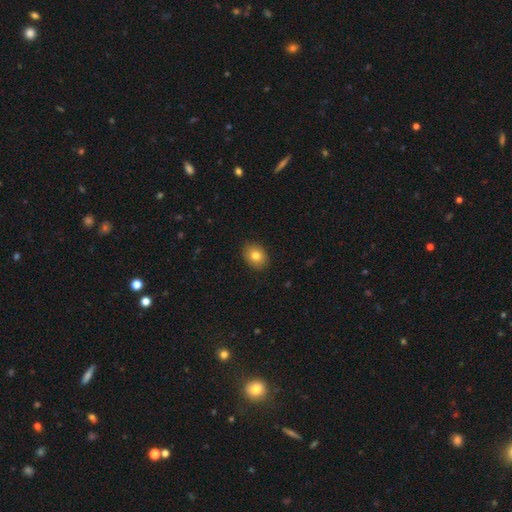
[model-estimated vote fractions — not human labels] A smooth galaxy with no disk features (81%) that is in between round and cigar-shaped (57%).

Vote fractions:
- Smooth or featured? smooth: 81% / featured or disk: 10% / star or artifact: 9%
- How rounded? in between: 57% / round: 42% / cigar-shaped: 1%
- Merging? none: 89% / minor disturbance: 8% / major disturbance: 2% / merger: 1%